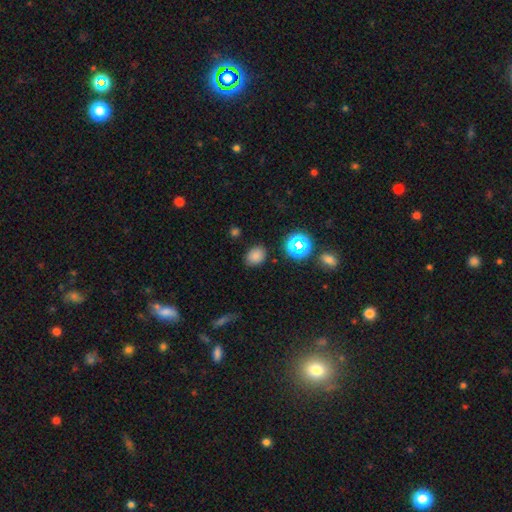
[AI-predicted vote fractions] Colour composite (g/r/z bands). It shows a smooth galaxy with no disk features (75%) that is in between round and cigar-shaped (56%). Merging: none (82%).